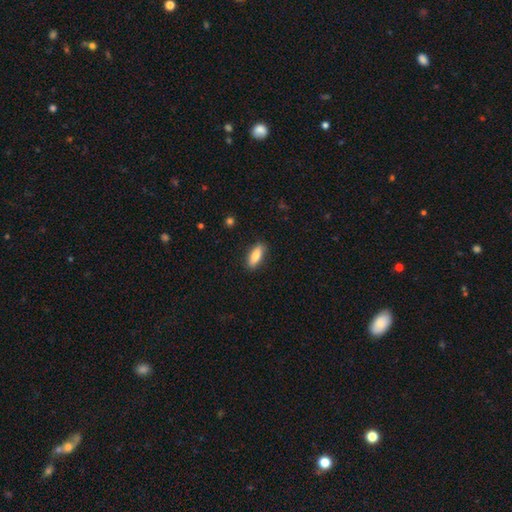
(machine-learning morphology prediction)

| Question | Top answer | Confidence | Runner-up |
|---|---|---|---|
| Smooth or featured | smooth | 85% | featured or disk (9%) |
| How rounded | in between | 71% | cigar-shaped (27%) |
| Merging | none | 87% | minor disturbance (10%) |